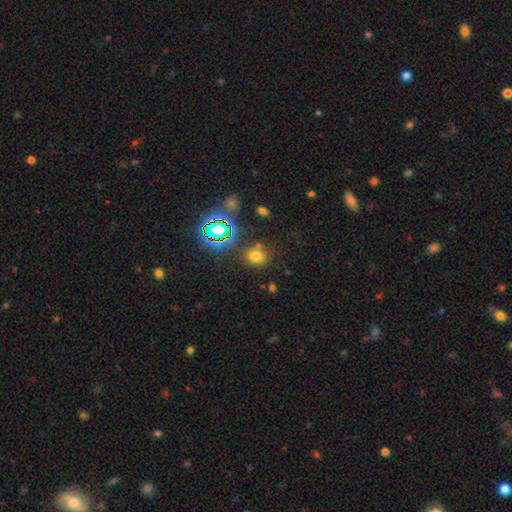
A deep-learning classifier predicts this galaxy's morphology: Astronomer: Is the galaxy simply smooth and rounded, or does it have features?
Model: smooth — 65%.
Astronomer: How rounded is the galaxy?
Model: round — 51% (runner-up: in between, 47%).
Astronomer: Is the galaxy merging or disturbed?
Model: none — 76%.